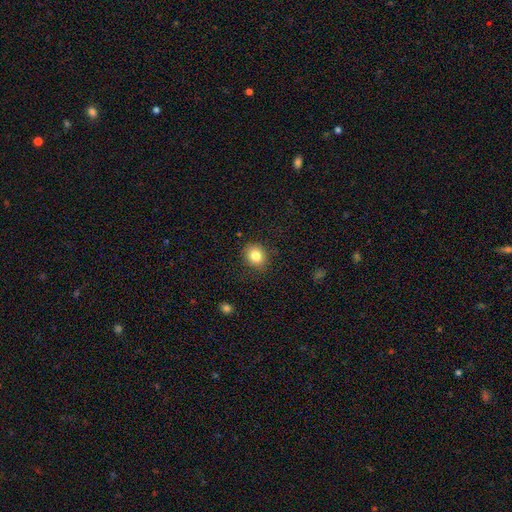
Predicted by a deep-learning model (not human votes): The model was most divided on "how rounded": round: 73%, in between: 27%, cigar-shaped: 1%. More confident: merging — none (87%); smooth or featured — smooth (83%).